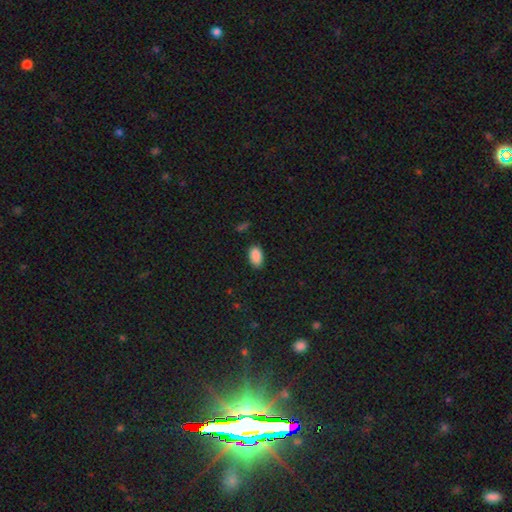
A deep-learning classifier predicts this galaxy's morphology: This appears to be a smooth galaxy with no disk features (89%) that is in between round and cigar-shaped (93%). Merging: none (86%).